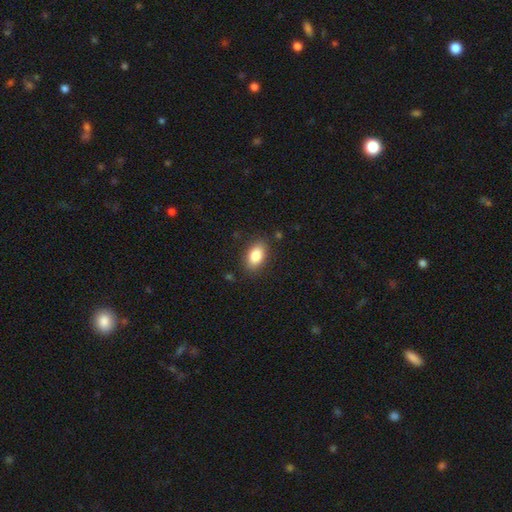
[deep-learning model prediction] Smooth or featured? smooth (85%)
How rounded? in between (90%)
Merging? none (85%)